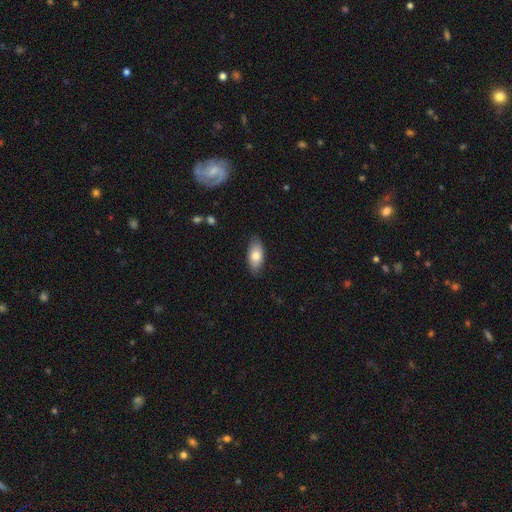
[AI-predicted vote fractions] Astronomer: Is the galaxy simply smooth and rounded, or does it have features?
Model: smooth — 78%.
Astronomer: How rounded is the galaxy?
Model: in between — 91%.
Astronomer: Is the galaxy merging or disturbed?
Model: none — 84%.